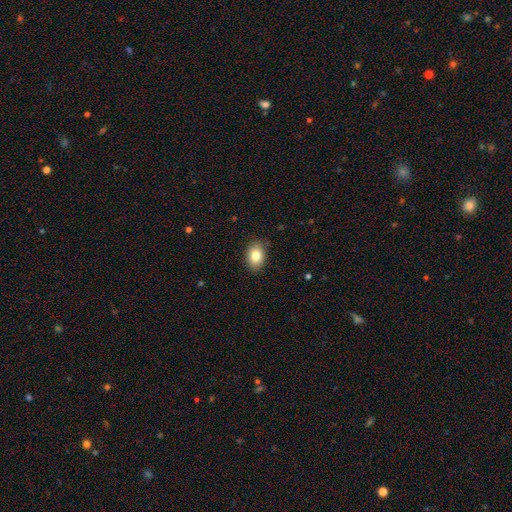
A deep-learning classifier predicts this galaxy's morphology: Overall: smooth (82%). How rounded: in between (78%). Merging: none (86%).